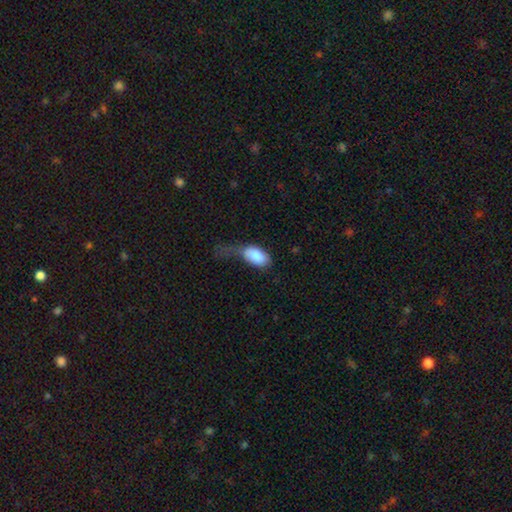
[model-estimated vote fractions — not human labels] smooth 85%, featured or disk 9%, star or artifact 6%. Down the decision tree: how rounded — in between (93%); merging — major disturbance (47%).